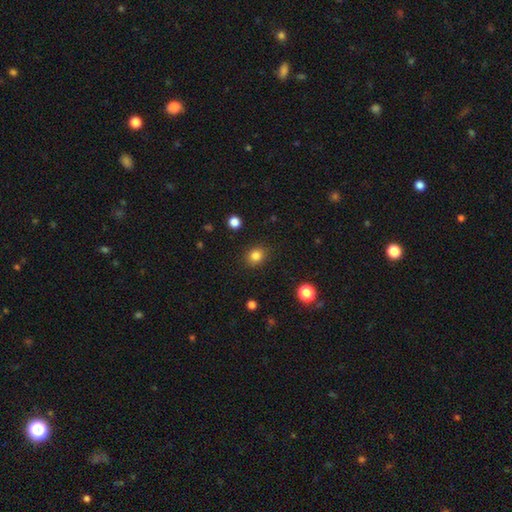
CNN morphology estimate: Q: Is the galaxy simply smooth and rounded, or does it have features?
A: smooth — 83%.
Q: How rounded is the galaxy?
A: round — 75%.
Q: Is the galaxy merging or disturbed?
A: none — 89%.